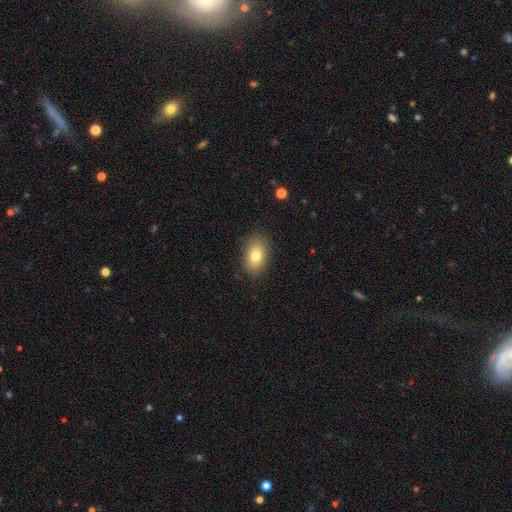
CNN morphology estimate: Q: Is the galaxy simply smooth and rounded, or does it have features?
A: smooth — 80%.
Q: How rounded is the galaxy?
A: in between — 86%.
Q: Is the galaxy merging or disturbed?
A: none — 86%.